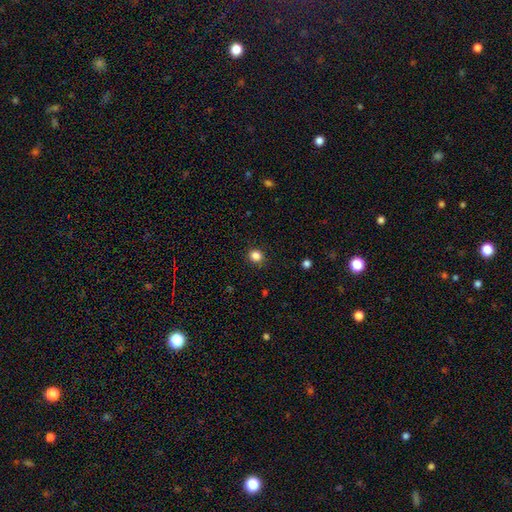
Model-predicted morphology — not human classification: Smooth or featured? Predicted: smooth (p=0.85). How rounded? Predicted: round (p=0.87). Merging? Predicted: none (p=0.90).